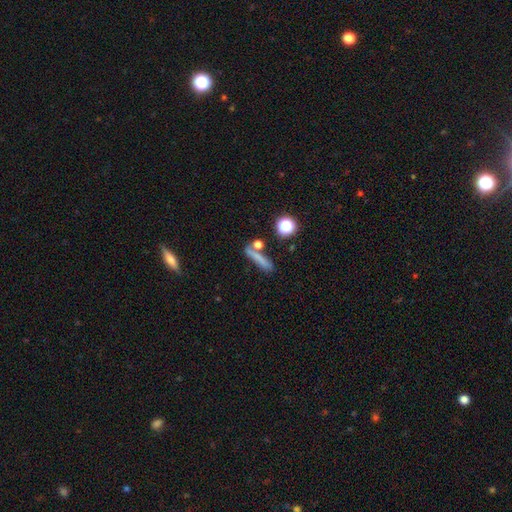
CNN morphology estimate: Overall: smooth (64%). How rounded: cigar-shaped (75%). Merging: none (64%).